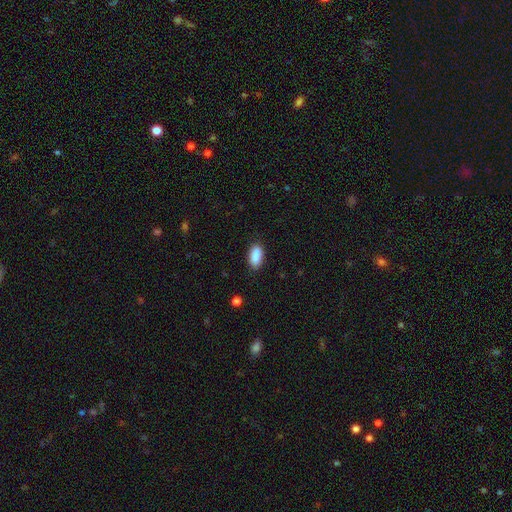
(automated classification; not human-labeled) Smooth or featured? Predicted: smooth (p=0.90). How rounded? Predicted: in between (p=0.93). Merging? Predicted: none (p=0.85).